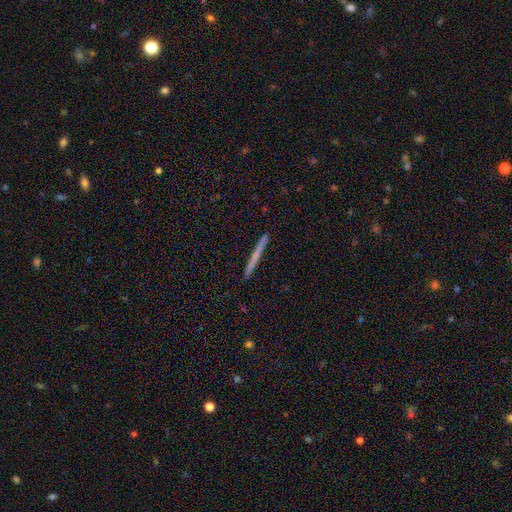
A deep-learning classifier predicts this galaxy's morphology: smooth-or-featured: smooth: 51% | featured or disk: 43% | star or artifact: 6%
  how-rounded: cigar-shaped: 96% | in between: 2% | round: 2%
  merging: none: 92% | minor disturbance: 5% | major disturbance: 1% | merger: 1%